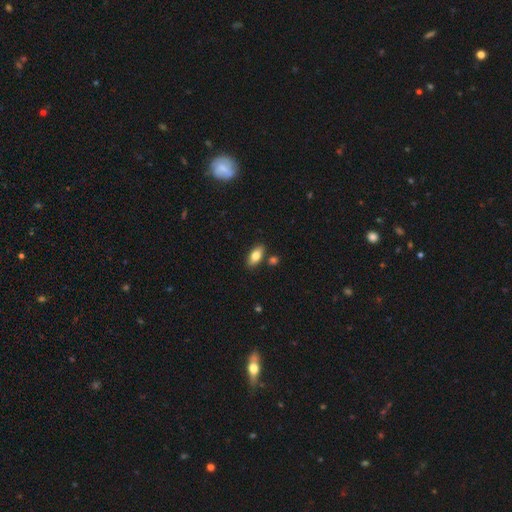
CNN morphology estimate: The model was most divided on "smooth or featured": smooth: 79%, featured or disk: 14%, star or artifact: 7%. More confident: how rounded — in between (89%); merging — none (82%).